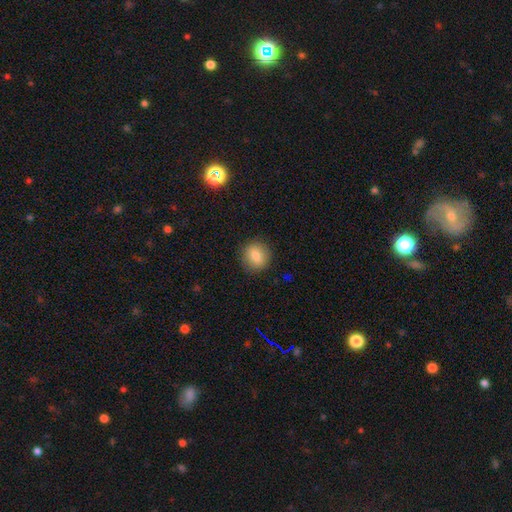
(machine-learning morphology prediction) A smooth galaxy with no disk features (83%) that is round (84%).

Vote fractions:
- Smooth or featured? smooth: 83% / star or artifact: 9% / featured or disk: 8%
- How rounded? round: 84% / in between: 15% / cigar-shaped: 1%
- Merging? none: 89% / minor disturbance: 8% / major disturbance: 3% / merger: 1%